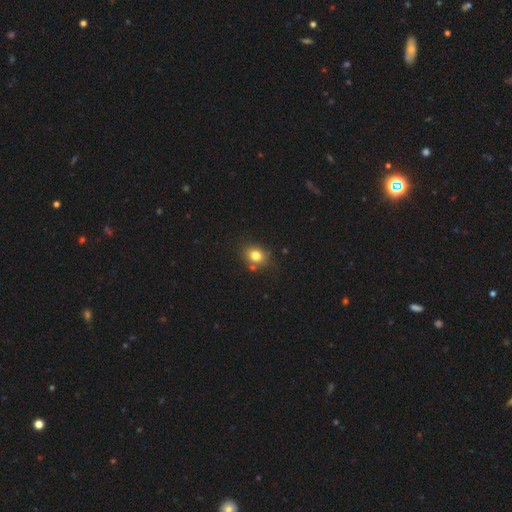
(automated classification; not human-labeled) A smooth galaxy with no disk features (80%) that is round (54%). Merging: none (74%).